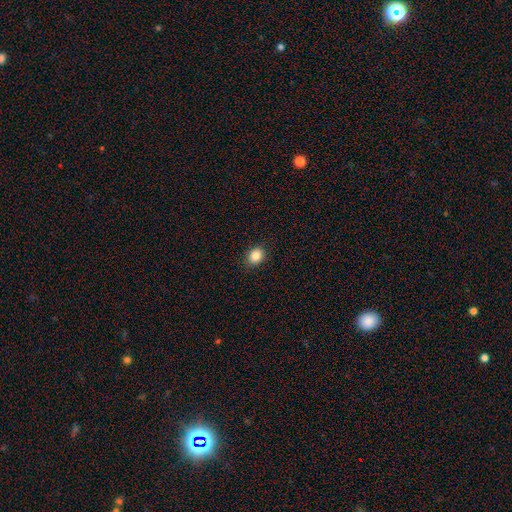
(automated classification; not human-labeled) A smooth galaxy with no disk features (87%) that is round (56%).

Vote fractions:
- Smooth or featured? smooth: 87% / star or artifact: 9% / featured or disk: 4%
- How rounded? round: 56% / in between: 43% / cigar-shaped: 1%
- Merging? none: 89% / minor disturbance: 8% / major disturbance: 2% / merger: 1%